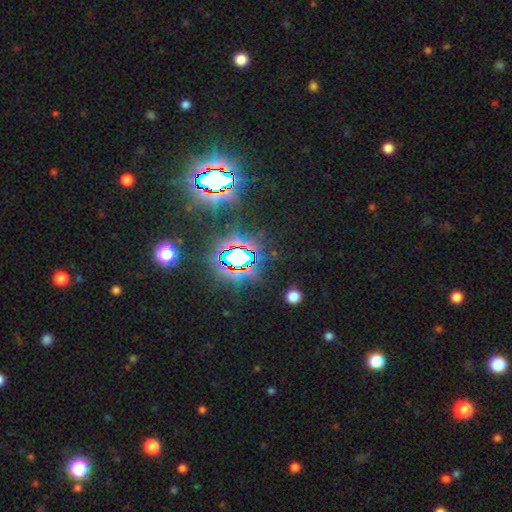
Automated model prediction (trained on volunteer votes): The model was most divided on "smooth or featured": star or artifact: 82%, smooth: 11%, featured or disk: 7%.